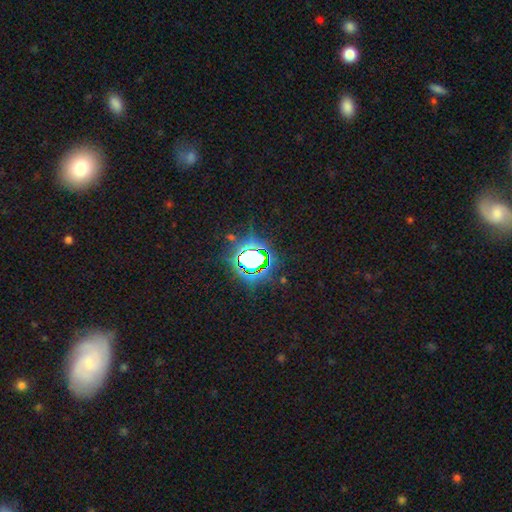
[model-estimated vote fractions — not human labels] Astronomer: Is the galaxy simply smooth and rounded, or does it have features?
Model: star or artifact — 77%.